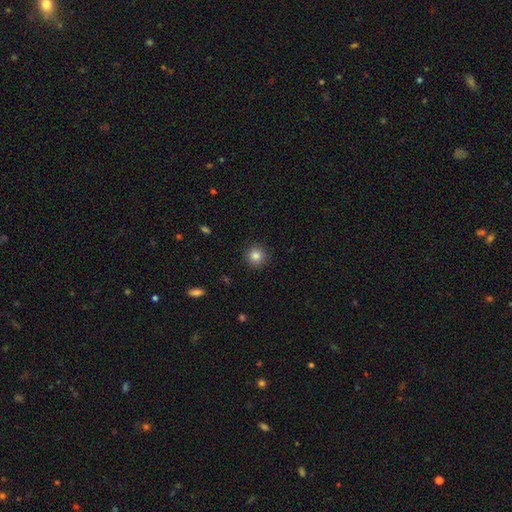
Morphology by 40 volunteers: This is clearly a smooth galaxy (90%). How rounded: clearly round (97%). Merging: clearly none (95%).